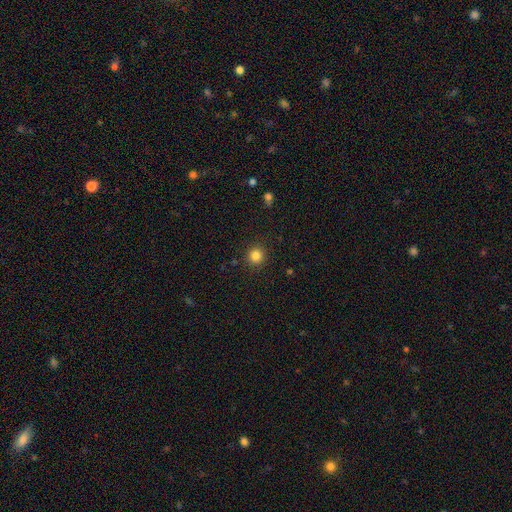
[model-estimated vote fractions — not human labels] Overall: smooth (83%). How rounded: round (94%). Merging: none (91%).